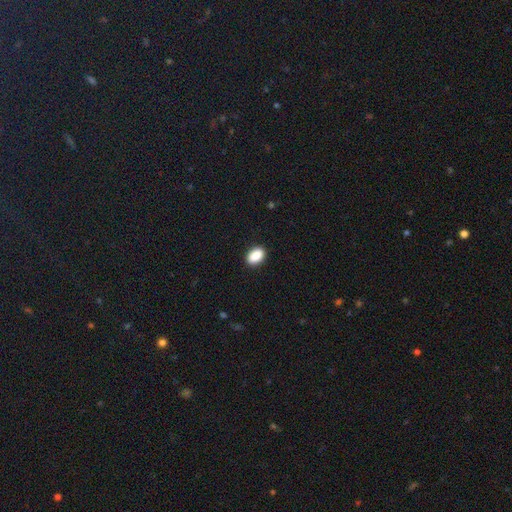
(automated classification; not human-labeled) smooth 90%, star or artifact 7%, featured or disk 3%. Down the decision tree: how rounded — in between (88%); merging — none (90%).